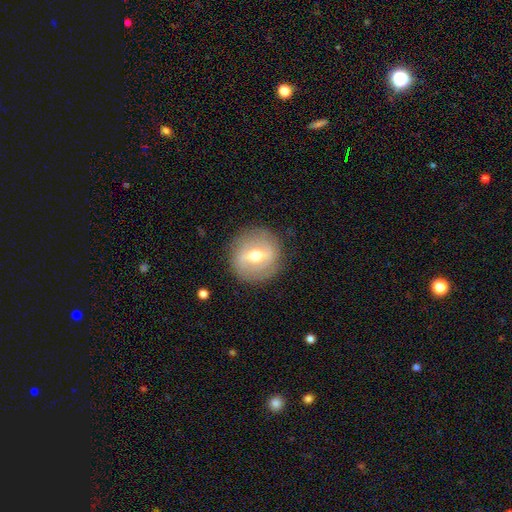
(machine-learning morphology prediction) featured or disk 64%, smooth 28%, star or artifact 7%. Down the decision tree: edge-on disk — no (91%); bar — strong (46%); spiral arms — no (50%, tied with yes); bulge size — moderate (74%); merging — none (85%).